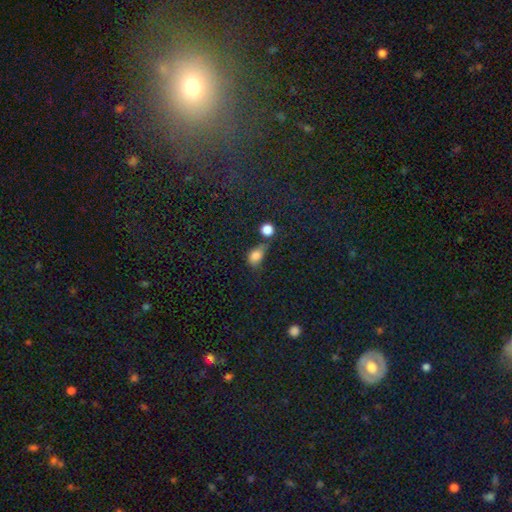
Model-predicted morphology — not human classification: Overall: smooth (81%). How rounded: in between (67%; round 30%). Merging: none (38%; minor disturbance 26%).